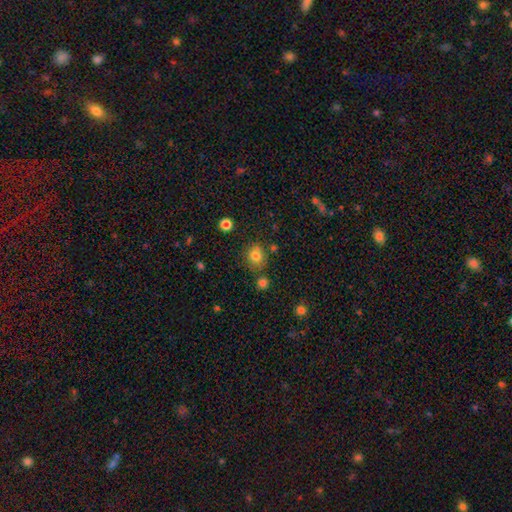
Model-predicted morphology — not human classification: Q: Smooth or featured?
A: smooth (79%); runner-up: star or artifact (13%)
Q: How rounded?
A: round (76%); runner-up: in between (23%)
Q: Merging?
A: none (75%); runner-up: minor disturbance (13%)